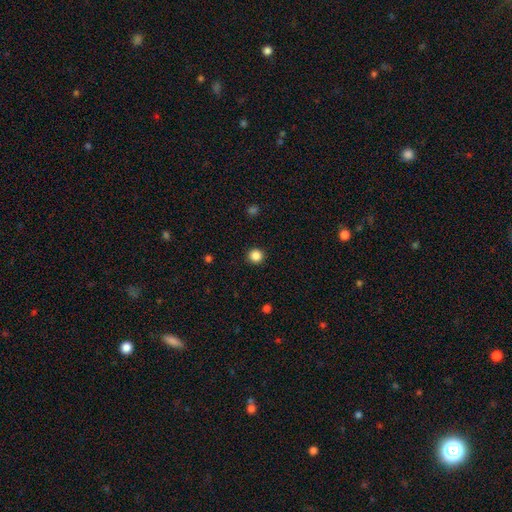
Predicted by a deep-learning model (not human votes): This is clearly a smooth galaxy (86%). How rounded: clearly round (95%). Merging: clearly none (93%).